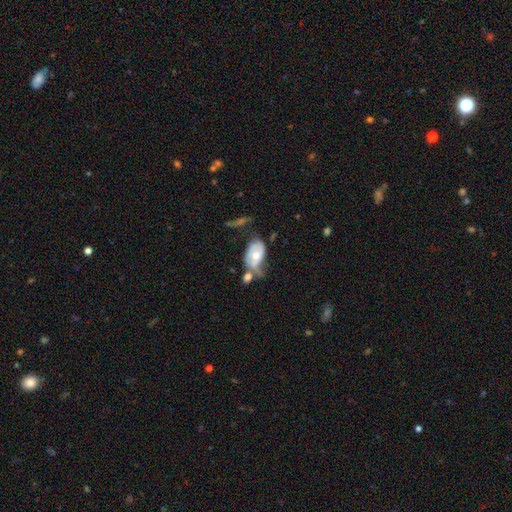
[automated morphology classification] A featured or disk galaxy (55%) with no bar (69%), spiral arms (52%) and a moderate central bulge (66%). Merging: merger (32%).